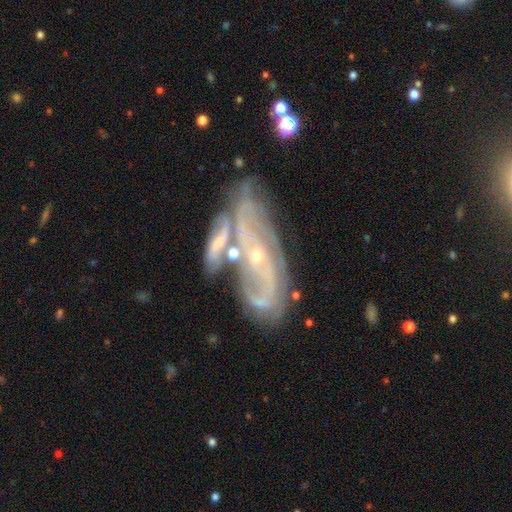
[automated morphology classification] Smooth or featured? Predicted: featured or disk (p=0.82). Edge-on disk? Predicted: no (p=0.89). Bar? Predicted: no (p=0.52). Spiral arms? Predicted: yes (p=0.87). Spiral winding? Predicted: tight (p=0.45). Spiral arm count? Predicted: 2 (p=0.40). Bulge size? Predicted: small (p=0.80). Merging? Predicted: none (p=0.44).